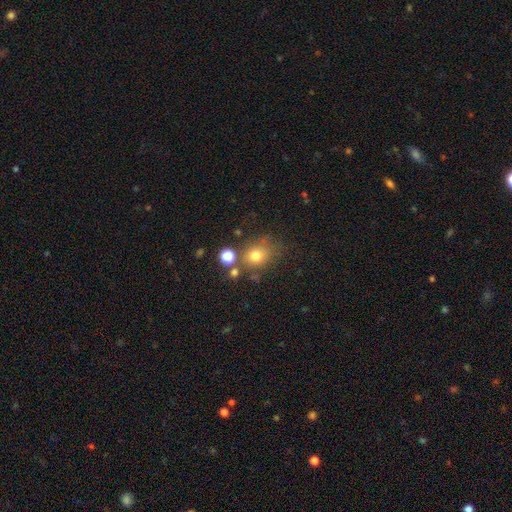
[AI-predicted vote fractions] Smooth or featured? Predicted: smooth (p=0.75). How rounded? Predicted: round (p=0.64). Merging? Predicted: none (p=0.64).